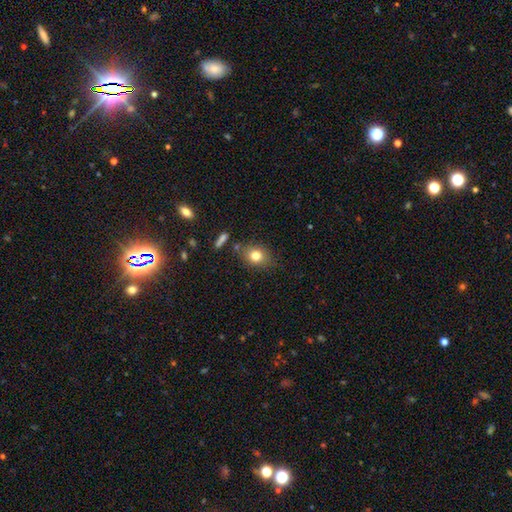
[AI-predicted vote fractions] smooth-or-featured: smooth: 79% | star or artifact: 11% | featured or disk: 10%
  how-rounded: round: 54% | in between: 45% | cigar-shaped: 1%
  merging: none: 78% | minor disturbance: 14% | merger: 5% | major disturbance: 4%